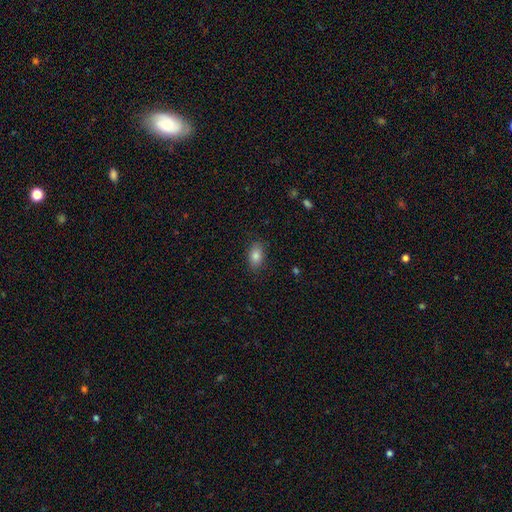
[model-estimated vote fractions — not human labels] smooth 83%, star or artifact 9%, featured or disk 8%. Down the decision tree: how rounded — in between (88%); merging — none (85%).